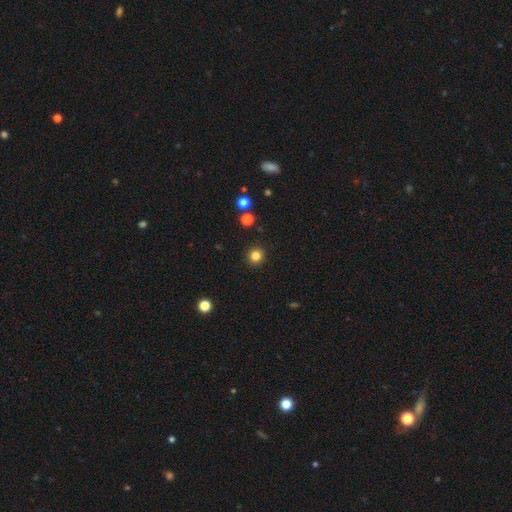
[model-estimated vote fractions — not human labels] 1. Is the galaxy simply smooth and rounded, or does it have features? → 83% smooth, 12% star or artifact, 4% featured or disk.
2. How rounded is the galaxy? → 95% round, 4% in between, 1% cigar-shaped.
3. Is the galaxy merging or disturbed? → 92% none, 4% minor disturbance, 2% major disturbance, 1% merger.